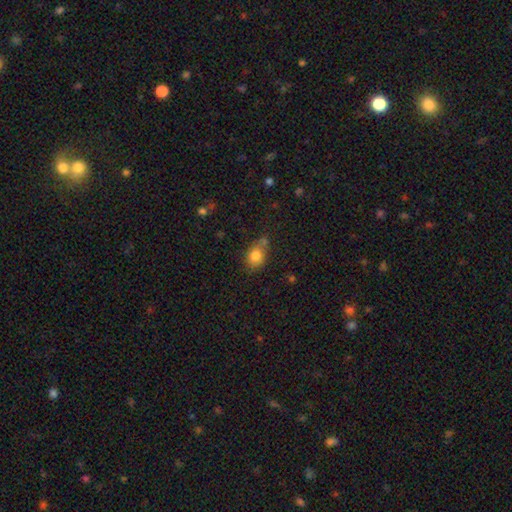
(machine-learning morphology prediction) This appears to be a smooth galaxy with no disk features (81%) that is in between round and cigar-shaped (56%). Merging: none (59%).